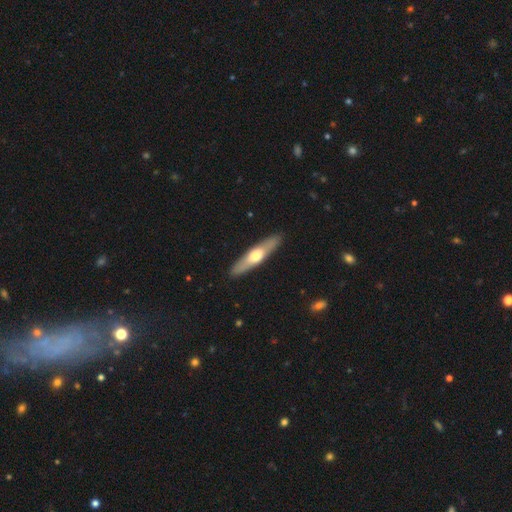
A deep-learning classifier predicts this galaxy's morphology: This is possibly a featured or disk galaxy (51%). It is clearly viewed edge-on (87%). Merging: clearly none (90%).